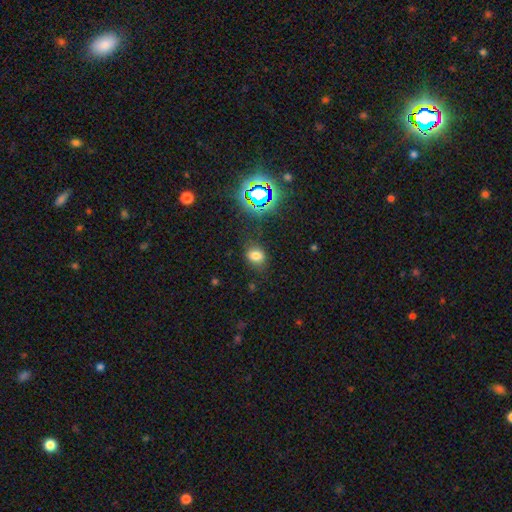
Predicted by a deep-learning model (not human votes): Smooth or featured: smooth — 69% (star or artifact — 22%)
How rounded: in between — 59% (round — 40%)
Merging: none — 74% (minor disturbance — 17%)